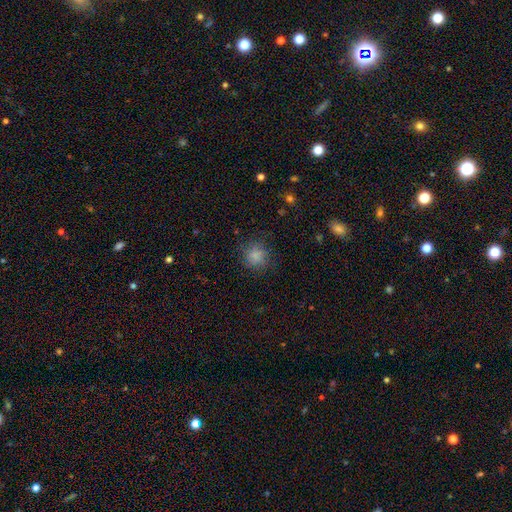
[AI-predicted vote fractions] This is likely a smooth galaxy (79%). How rounded: clearly round (86%). Merging: likely none (78%).